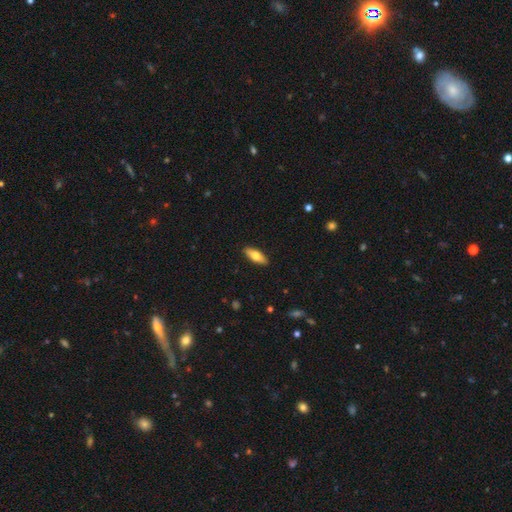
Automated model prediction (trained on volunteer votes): Smooth or featured? Predicted: smooth (p=0.66). How rounded? Predicted: in between (p=0.64). Merging? Predicted: none (p=0.90).